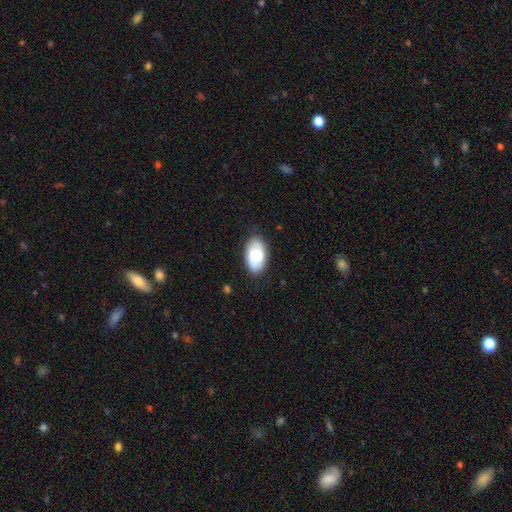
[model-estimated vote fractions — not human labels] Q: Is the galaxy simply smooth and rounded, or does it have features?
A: smooth — 71%.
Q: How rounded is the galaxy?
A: in between — 95%.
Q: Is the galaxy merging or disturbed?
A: none — 83%.